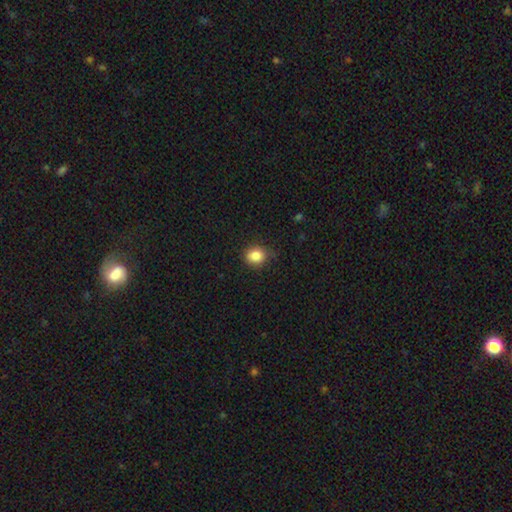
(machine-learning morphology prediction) type=smooth (85%); roundness=round (67%); merging=none (76%).